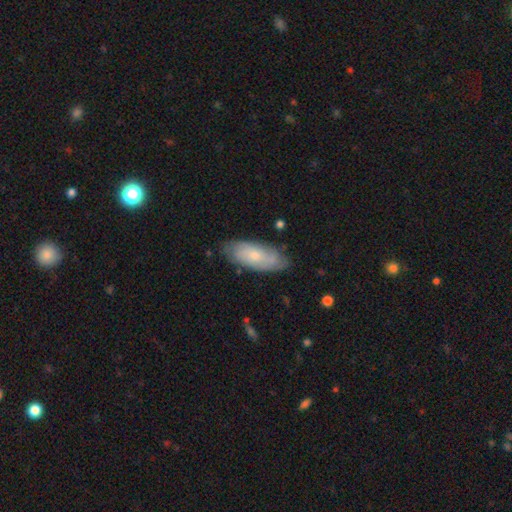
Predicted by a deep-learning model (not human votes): Q: Smooth or featured?
A: smooth (58%); runner-up: featured or disk (36%)
Q: How rounded?
A: in between (80%); runner-up: cigar-shaped (17%)
Q: Merging?
A: none (74%); runner-up: minor disturbance (20%)